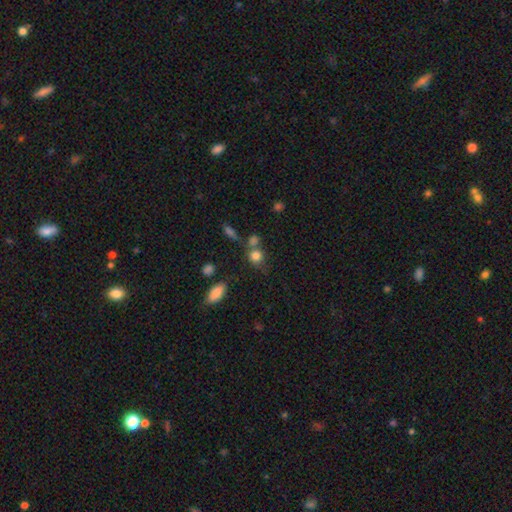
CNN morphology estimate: The model was most divided on "merging": none: 53%, merger: 28%, minor disturbance: 13%, major disturbance: 6%. More confident: smooth or featured — smooth (81%); how rounded — round (76%).